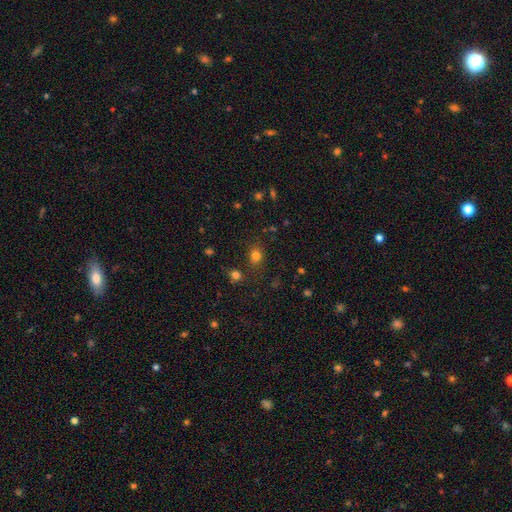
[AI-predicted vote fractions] smooth 77%, star or artifact 17%, featured or disk 6%. Down the decision tree: how rounded — round (65%); merging — none (80%).